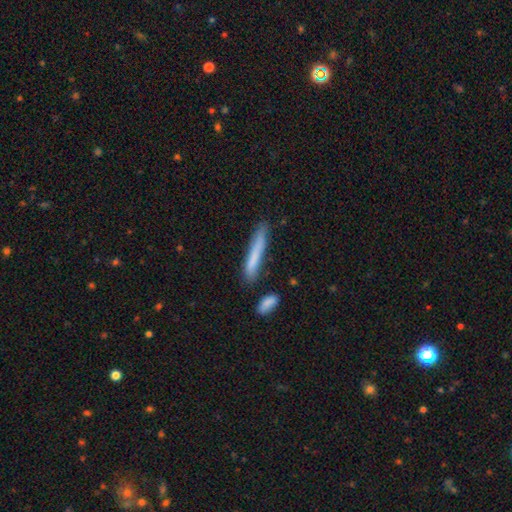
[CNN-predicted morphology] Smooth or featured? Predicted: smooth (p=0.73). How rounded? Predicted: cigar-shaped (p=0.95). Merging? Predicted: none (p=0.79).